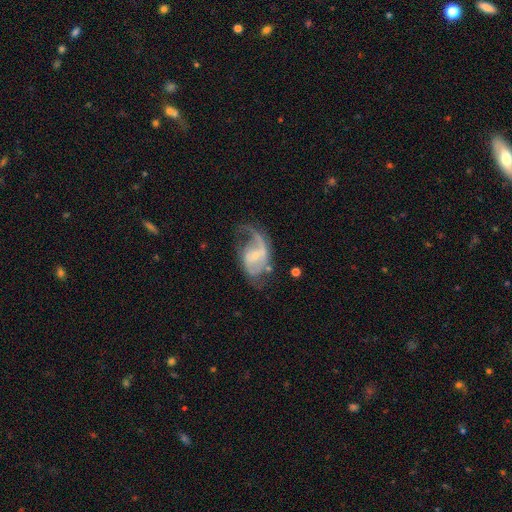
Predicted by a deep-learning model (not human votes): This is clearly a featured or disk galaxy (81%). It is clearly not viewed edge-on (97%). Bar: possibly weak (45%). Spiral arm pattern: clearly yes (88%). Spiral arm count: possibly 2 (51%). Spiral winding: possibly loose (46%). Central bulge: likely small (62%). Merging: marginally none (39%).